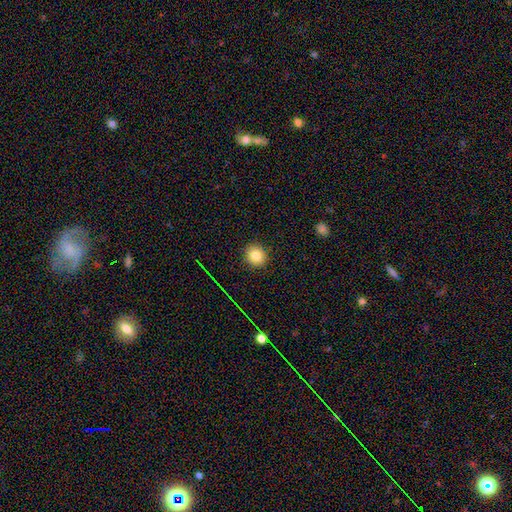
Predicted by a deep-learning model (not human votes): A smooth galaxy with no disk features (80%) that is round (92%).

Vote fractions:
- Smooth or featured? smooth: 80% / star or artifact: 13% / featured or disk: 7%
- How rounded? round: 92% / in between: 7% / cigar-shaped: 1%
- Merging? none: 91% / minor disturbance: 6% / major disturbance: 2% / merger: 1%